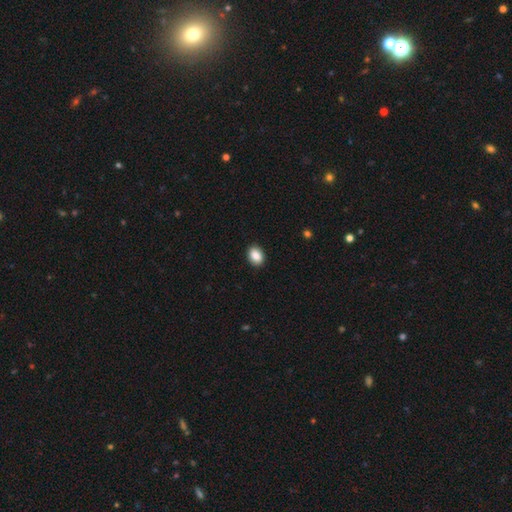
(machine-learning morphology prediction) A smooth galaxy with no disk features (88%) that is in between round and cigar-shaped (67%). Merging: none (91%).